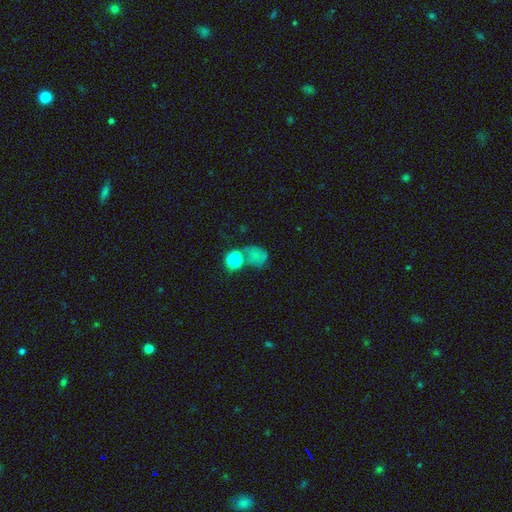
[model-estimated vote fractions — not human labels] This is likely a smooth galaxy (61%). How rounded: possibly round (59%). Merging: marginally none (34%).